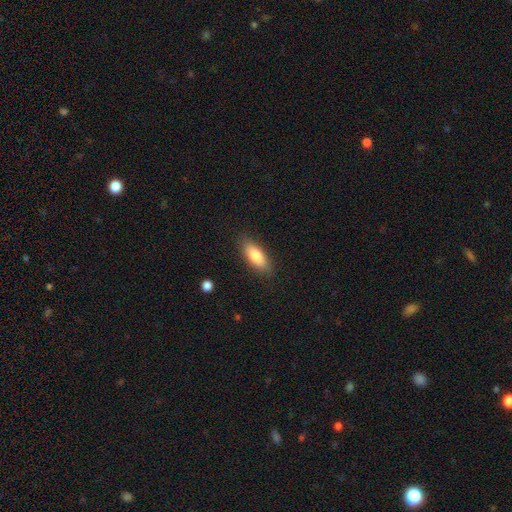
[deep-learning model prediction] Smooth or featured?
  - smooth: 81% *
  - featured or disk: 12%
  - star or artifact: 6%
How rounded?
  - in between: 74% *
  - cigar-shaped: 24%
  - round: 2%
Merging?
  - none: 85% *
  - minor disturbance: 11%
  - major disturbance: 3%
  - merger: 1%